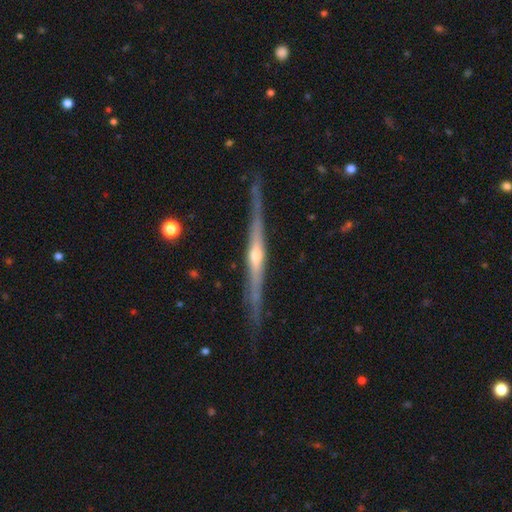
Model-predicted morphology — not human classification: This appears to be a featured or disk galaxy (83%) viewed edge-on (98%) with a rounded central bulge (76%). Merging: none (85%).